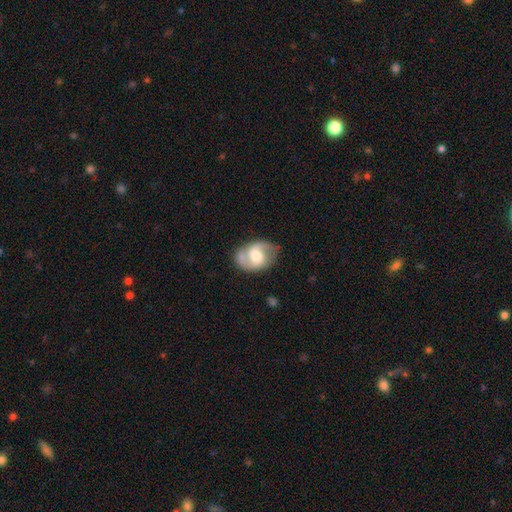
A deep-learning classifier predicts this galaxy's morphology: Smooth or featured? Predicted: featured or disk (p=0.76). Edge-on disk? Predicted: no (p=0.97). Bar? Predicted: weak (p=0.45). Spiral arms? Predicted: yes (p=0.92). Spiral winding? Predicted: medium (p=0.53). Spiral arm count? Predicted: 2 (p=0.88). Bulge size? Predicted: moderate (p=0.59). Merging? Predicted: none (p=0.73).